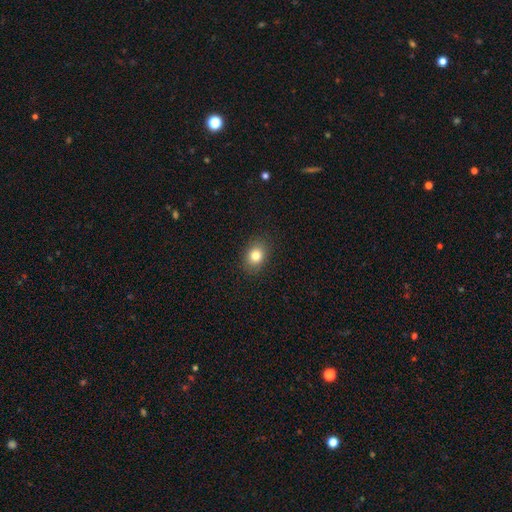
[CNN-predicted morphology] This is clearly a smooth galaxy (83%). How rounded: possibly in between (55%). Merging: clearly none (88%).